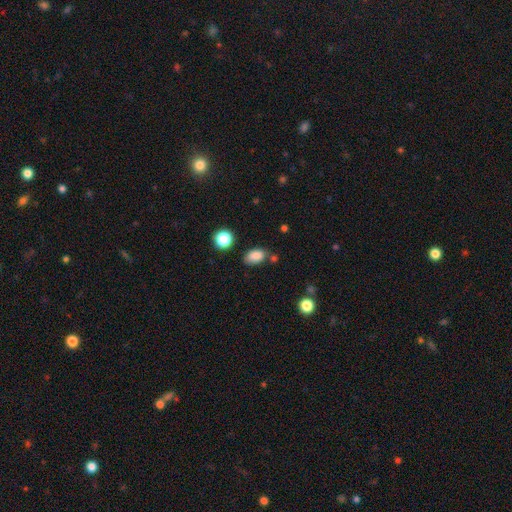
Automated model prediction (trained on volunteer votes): This is clearly a smooth galaxy (85%). How rounded: clearly in between (87%). Merging: likely none (68%).